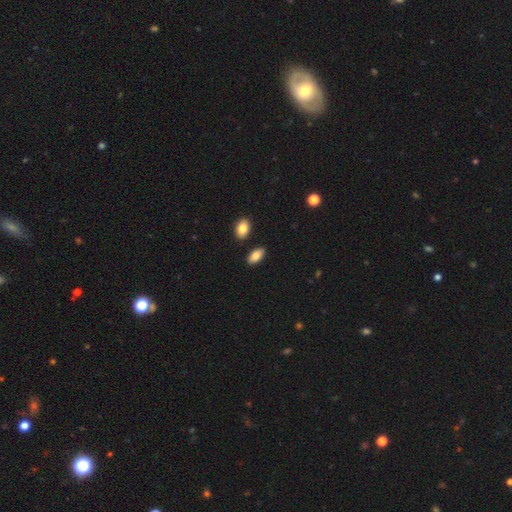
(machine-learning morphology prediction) The model was most divided on "merging": none: 85%, minor disturbance: 9%, merger: 4%, major disturbance: 2%. More confident: how rounded — in between (93%); smooth or featured — smooth (85%).